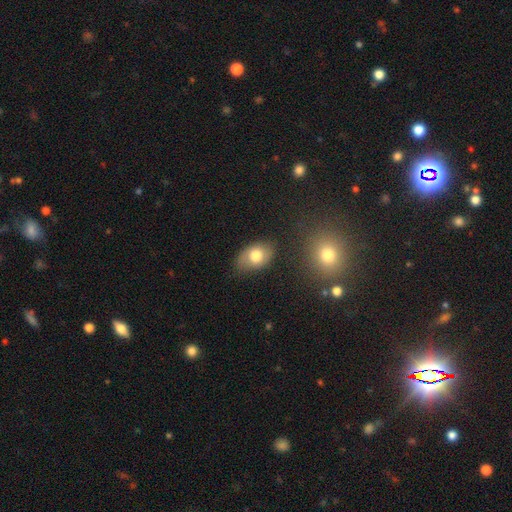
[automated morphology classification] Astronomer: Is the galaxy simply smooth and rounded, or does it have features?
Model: smooth — 74%.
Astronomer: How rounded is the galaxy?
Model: in between — 84%.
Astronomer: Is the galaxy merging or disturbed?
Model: none — 77%.